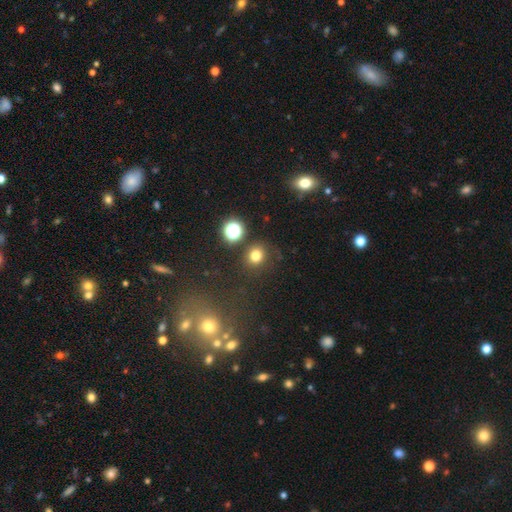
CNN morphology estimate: This is likely a smooth galaxy (77%). How rounded: clearly round (82%). Merging: clearly none (80%).